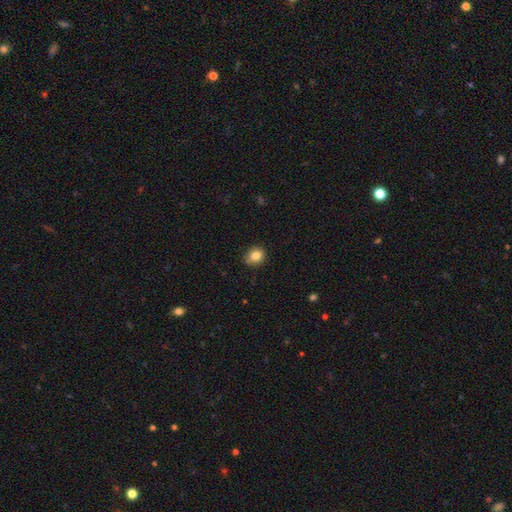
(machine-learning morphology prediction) smooth 83%, star or artifact 10%, featured or disk 7%. Down the decision tree: how rounded — round (69%); merging — none (81%).